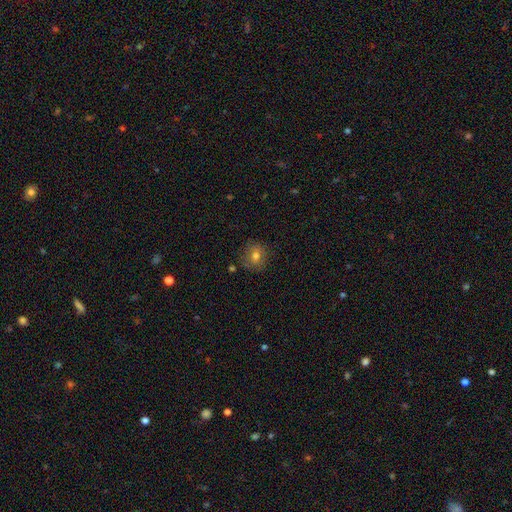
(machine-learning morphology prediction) Smooth or featured? smooth (74%)
How rounded? round (83%)
Merging? none (80%)